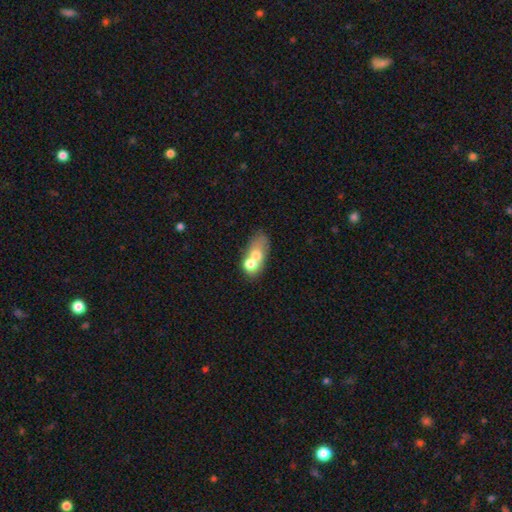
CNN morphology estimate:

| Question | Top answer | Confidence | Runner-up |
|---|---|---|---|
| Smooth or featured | smooth | 60% | featured or disk (28%) |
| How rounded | in between | 65% | round (29%) |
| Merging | merger | 55% | none (25%) |